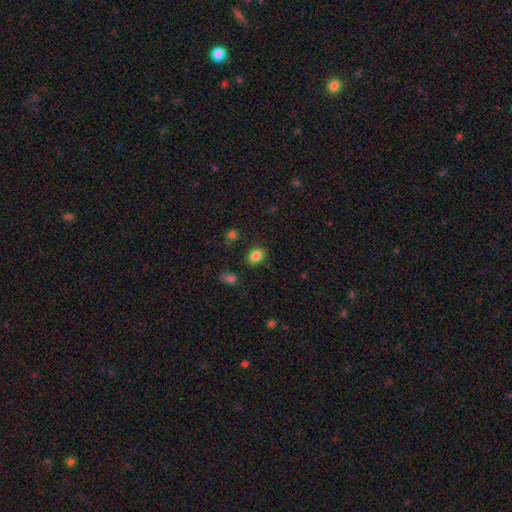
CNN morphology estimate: Smooth or featured? Predicted: smooth (p=0.84). How rounded? Predicted: in between (p=0.58). Merging? Predicted: none (p=0.84).